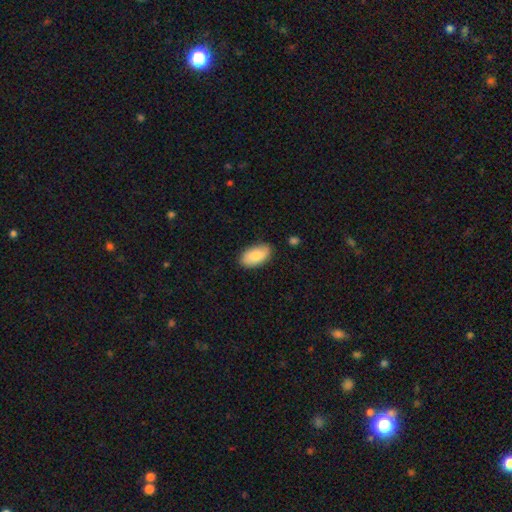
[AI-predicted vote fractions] Q: Smooth or featured?
A: smooth (82%); runner-up: featured or disk (12%)
Q: How rounded?
A: in between (95%); runner-up: round (3%)
Q: Merging?
A: none (82%); runner-up: minor disturbance (14%)